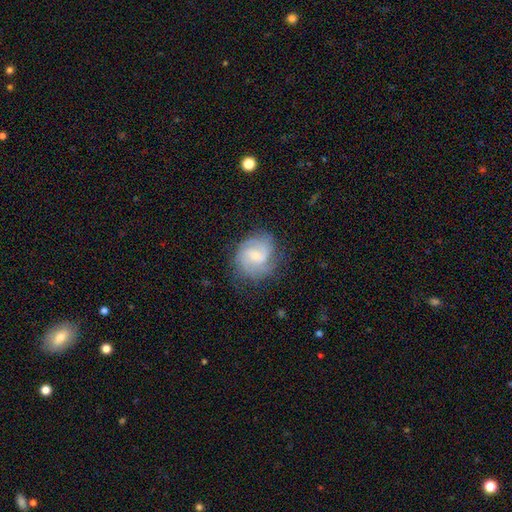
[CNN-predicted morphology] Smooth or featured? Predicted: featured or disk (p=0.70). Edge-on disk? Predicted: no (p=0.98). Bar? Predicted: weak (p=0.57). Spiral arms? Predicted: yes (p=0.92). Spiral winding? Predicted: medium (p=0.46). Spiral arm count? Predicted: 2 (p=0.52). Bulge size? Predicted: small (p=0.57). Merging? Predicted: none (p=0.71).